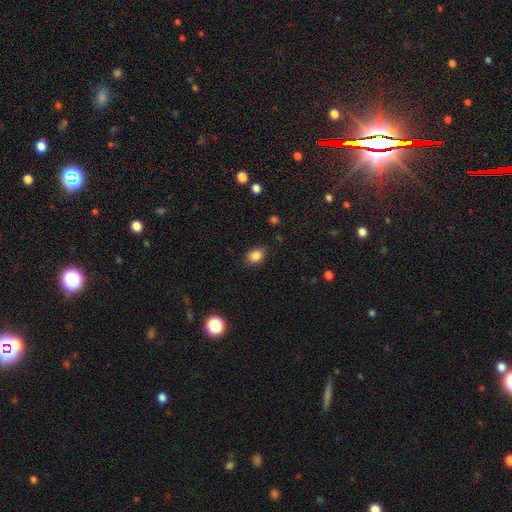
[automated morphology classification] Smooth or featured: smooth — 85% (star or artifact — 10%)
How rounded: in between — 60% (round — 39%)
Merging: none — 82% (minor disturbance — 13%)